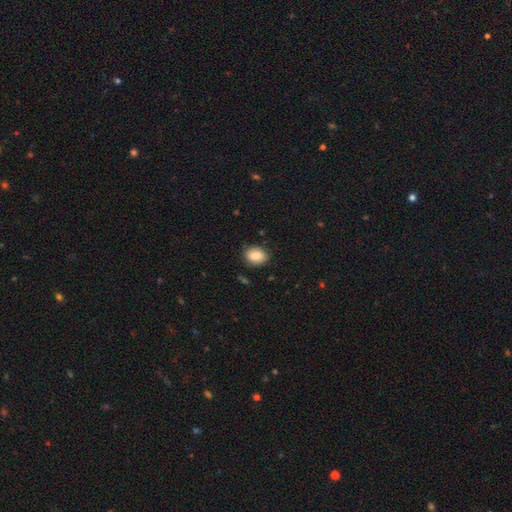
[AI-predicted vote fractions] Smooth or featured? smooth (84%)
How rounded? in between (63%)
Merging? none (81%)